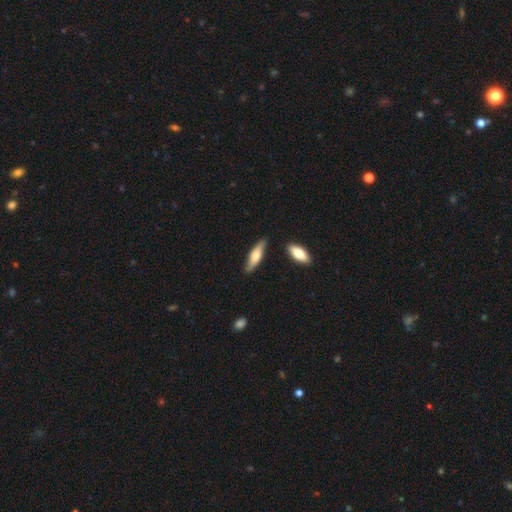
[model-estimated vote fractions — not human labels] Morphology: type=smooth (60%); roundness=cigar-shaped (62%); merging=none (79%).